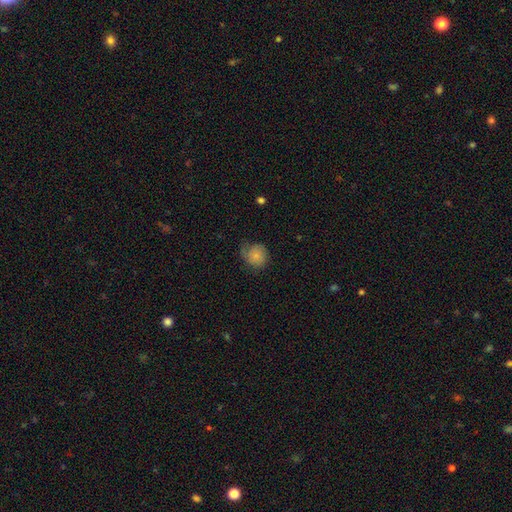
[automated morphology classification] This appears to be a smooth galaxy with no disk features (75%) that is round (80%). Merging: none (53%).